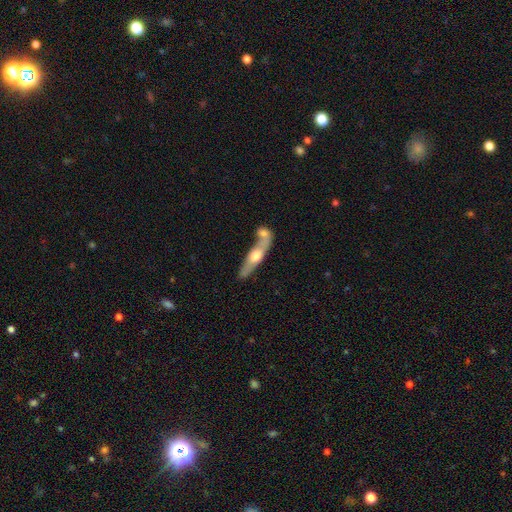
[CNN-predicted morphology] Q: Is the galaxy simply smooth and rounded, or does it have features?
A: featured or disk — 52%.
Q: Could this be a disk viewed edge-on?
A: yes — 74%.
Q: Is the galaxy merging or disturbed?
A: none — 44%.